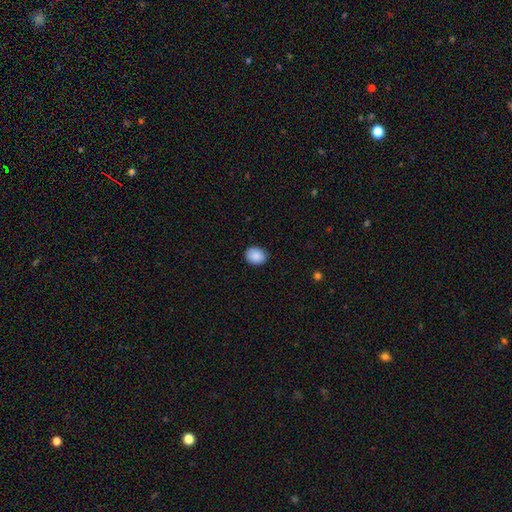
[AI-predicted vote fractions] smooth 89%, star or artifact 7%, featured or disk 3%. Down the decision tree: how rounded — in between (51%); merging — none (88%).